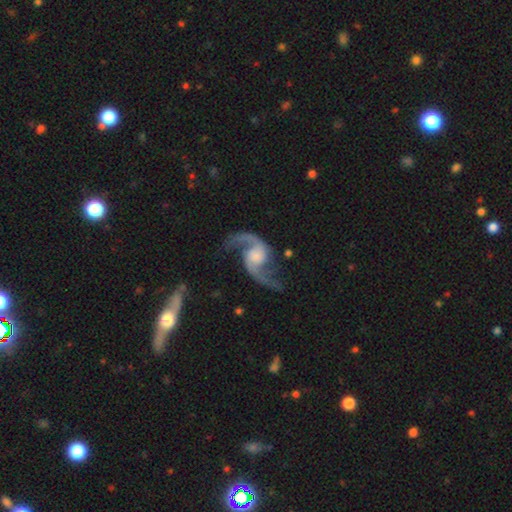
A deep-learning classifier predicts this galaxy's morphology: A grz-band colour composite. It shows a featured or disk galaxy (93%) with no bar (56%), 2 (95%) loose (71%) spiral arms (98%) and a moderate central bulge (30%). Merging: none (75%).